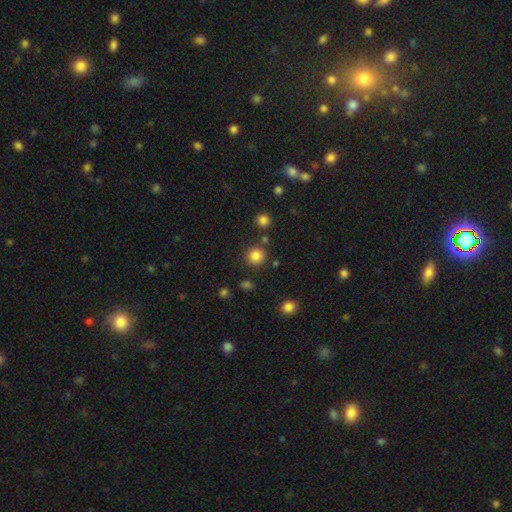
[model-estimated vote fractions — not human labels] The model was most divided on "smooth or featured": smooth: 84%, star or artifact: 12%, featured or disk: 4%. More confident: how rounded — round (91%); merging — none (83%).